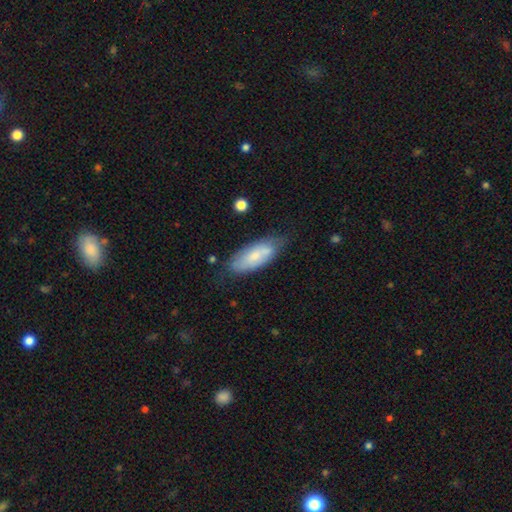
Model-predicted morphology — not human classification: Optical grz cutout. It shows a smooth galaxy with no disk features (66%) that is in between round and cigar-shaped (77%). Merging: none (64%).